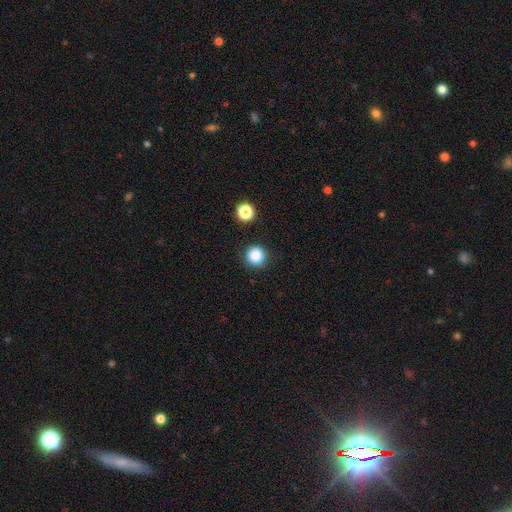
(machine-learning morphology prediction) smooth 85%, star or artifact 11%, featured or disk 4%. Down the decision tree: how rounded — round (95%); merging — none (89%).